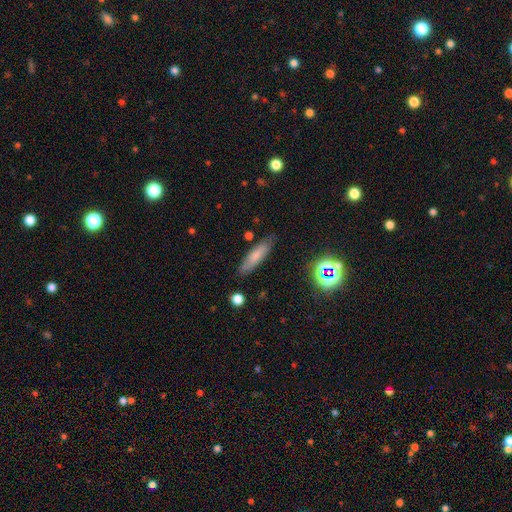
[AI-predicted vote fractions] Q: Smooth or featured?
A: smooth (70%); runner-up: featured or disk (20%)
Q: How rounded?
A: cigar-shaped (72%); runner-up: in between (25%)
Q: Merging?
A: none (83%); runner-up: minor disturbance (12%)